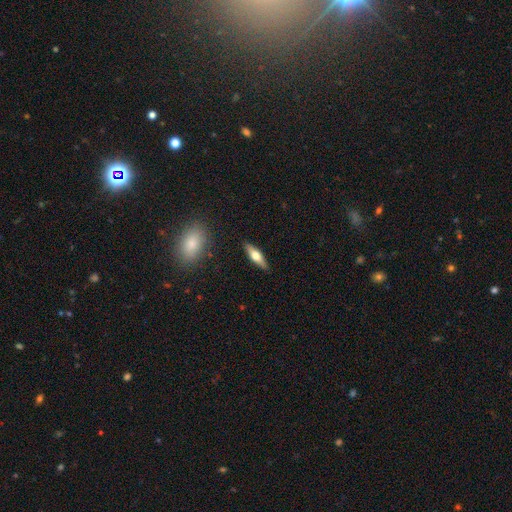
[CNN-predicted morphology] Smooth or featured: featured or disk — 47% (tied with smooth — 47%)
Merging: none — 89% (minor disturbance — 8%)